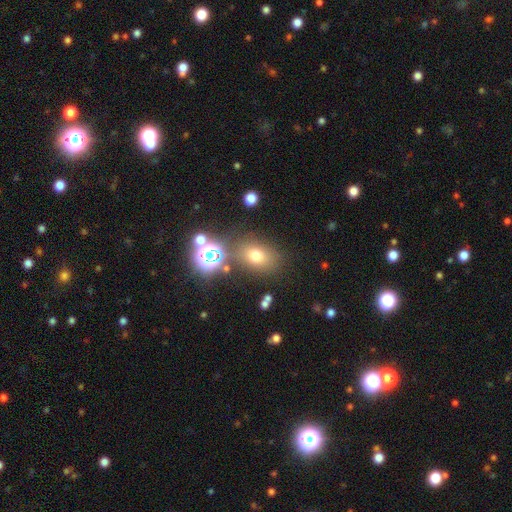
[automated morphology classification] Smooth or featured?
  - smooth: 66% *
  - star or artifact: 22%
  - featured or disk: 12%
How rounded?
  - in between: 60% *
  - round: 38%
  - cigar-shaped: 2%
Merging?
  - none: 73% *
  - minor disturbance: 13%
  - merger: 9%
  - major disturbance: 6%